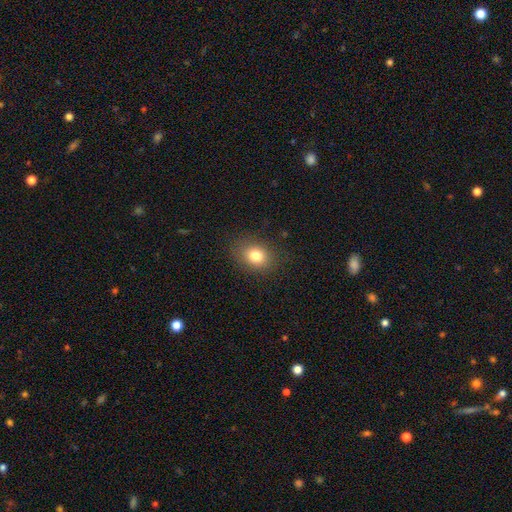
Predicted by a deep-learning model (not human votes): A smooth galaxy with no disk features (80%) that is round (51%). Merging: none (85%).